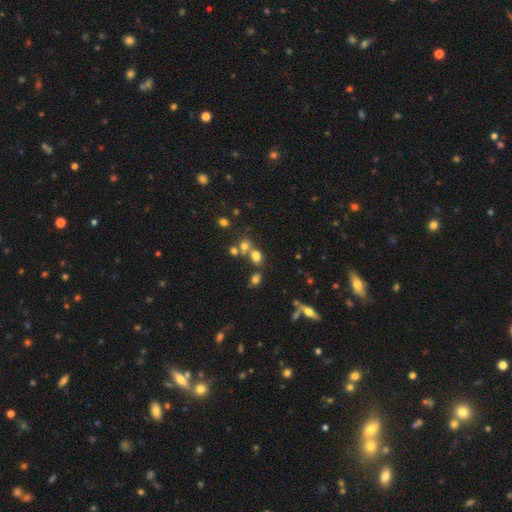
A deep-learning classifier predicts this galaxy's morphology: smooth_or_featured: smooth (p=0.68) [alt: star or artifact p=0.20]
how_rounded: round (p=0.53) [alt: in between p=0.45]
merging: none (p=0.48) [alt: merger p=0.35]